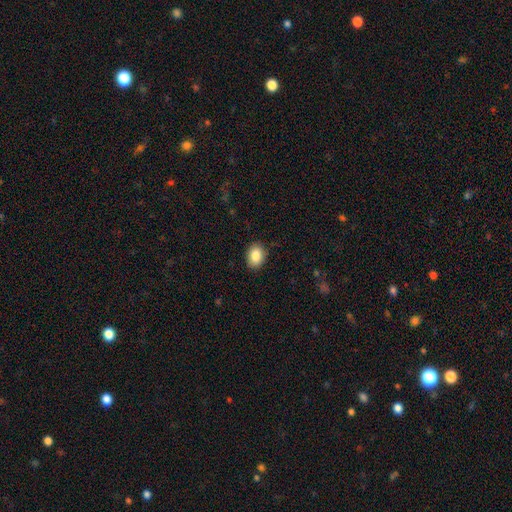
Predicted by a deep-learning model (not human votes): The model was most divided on "how rounded": in between: 75%, round: 24%, cigar-shaped: 1%. More confident: merging — none (87%); smooth or featured — smooth (87%).